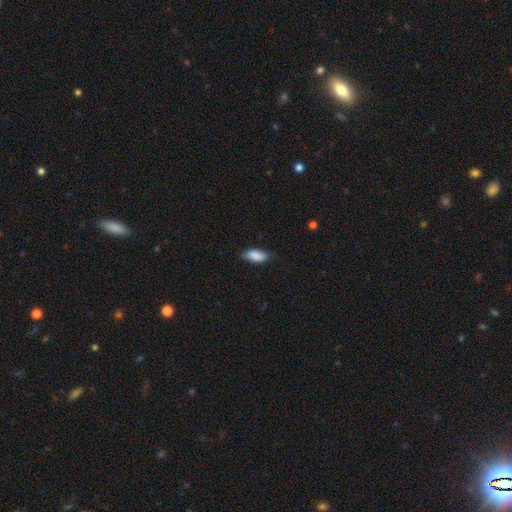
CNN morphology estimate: smooth_or_featured: smooth (p=0.88) [alt: star or artifact p=0.06]
how_rounded: in between (p=0.87) [alt: cigar-shaped p=0.11]
merging: none (p=0.77) [alt: minor disturbance p=0.19]